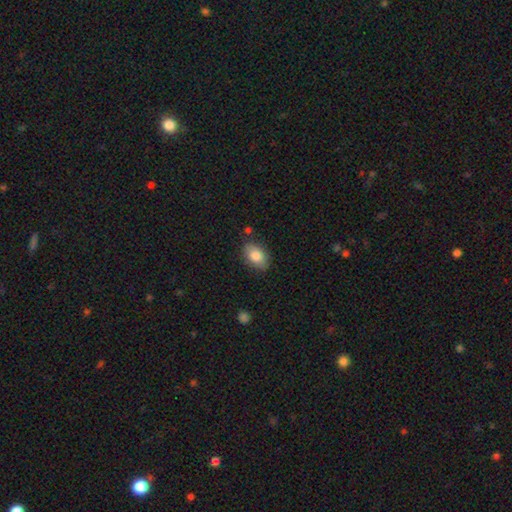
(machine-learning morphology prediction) Smooth or featured? smooth (82%)
How rounded? in between (89%)
Merging? none (80%)